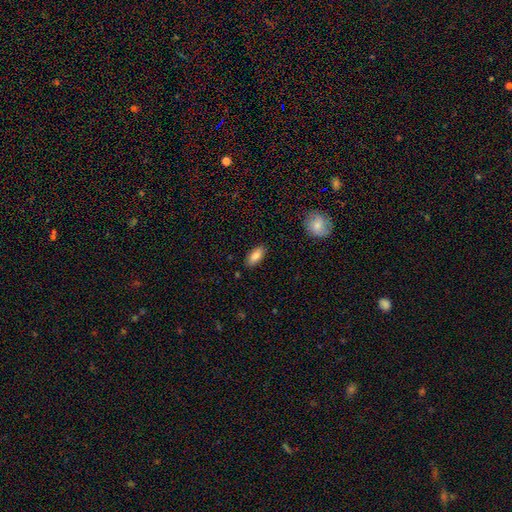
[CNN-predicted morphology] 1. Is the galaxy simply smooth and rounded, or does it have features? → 84% smooth, 10% featured or disk, 7% star or artifact.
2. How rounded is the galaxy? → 86% in between, 11% cigar-shaped, 2% round.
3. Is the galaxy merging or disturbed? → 87% none, 10% minor disturbance, 2% major disturbance, 1% merger.